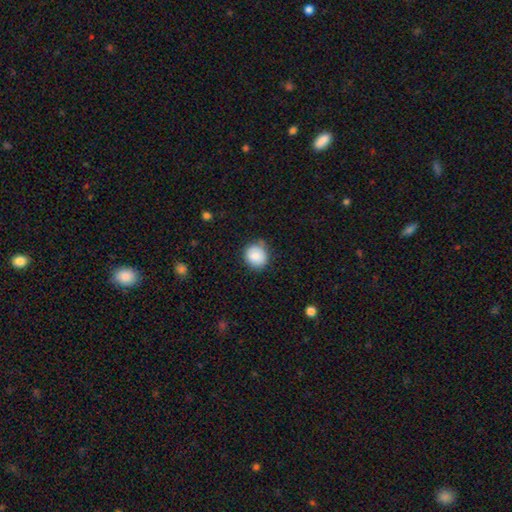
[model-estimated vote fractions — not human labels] This is clearly a smooth galaxy (86%). How rounded: clearly round (88%). Merging: likely none (80%).